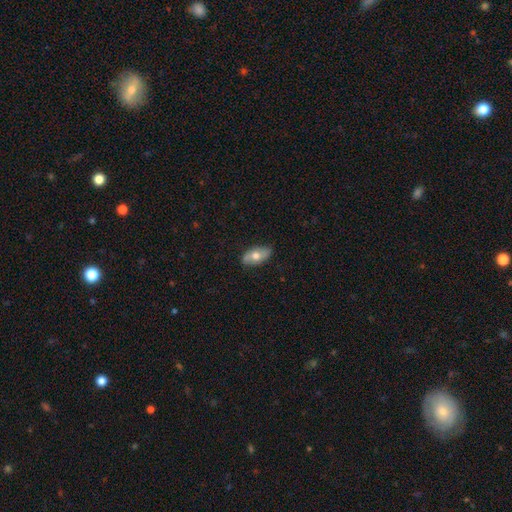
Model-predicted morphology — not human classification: Smooth or featured: smooth — 65% (featured or disk — 29%)
How rounded: in between — 92% (round — 4%)
Merging: none — 84% (minor disturbance — 13%)